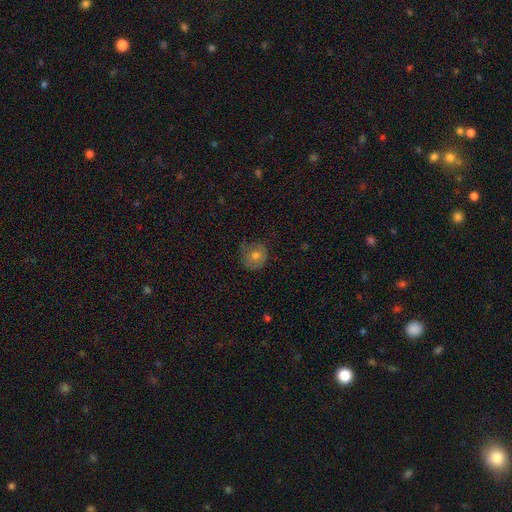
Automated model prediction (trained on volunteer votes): smooth 67%, featured or disk 23%, star or artifact 10%. Down the decision tree: how rounded — round (86%); merging — none (67%).